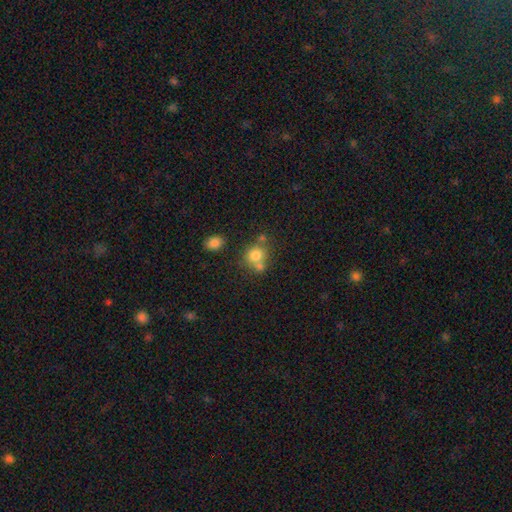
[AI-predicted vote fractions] smooth 76%, star or artifact 12%, featured or disk 11%. Down the decision tree: how rounded — round (77%); merging — none (49%).